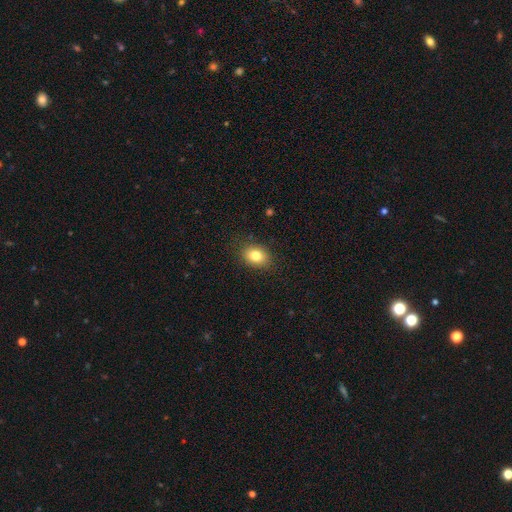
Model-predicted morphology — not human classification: A smooth galaxy with no disk features (82%) that is in between round and cigar-shaped (67%). Merging: none (86%).